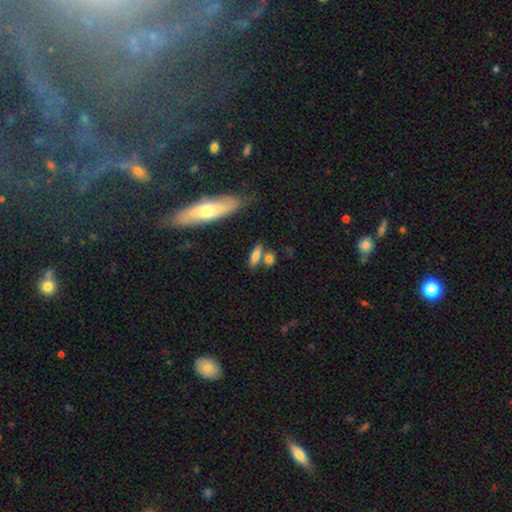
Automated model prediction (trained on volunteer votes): A smooth galaxy with no disk features (72%) that is in between round and cigar-shaped (47%). Merging: none (63%).